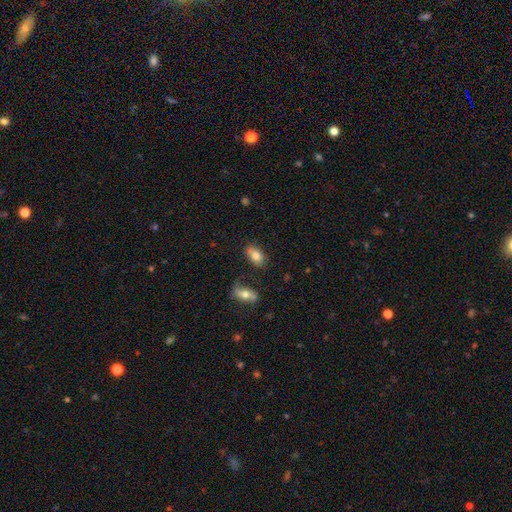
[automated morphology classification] smooth 78%, featured or disk 14%, star or artifact 8%. Down the decision tree: how rounded — in between (89%); merging — none (67%).